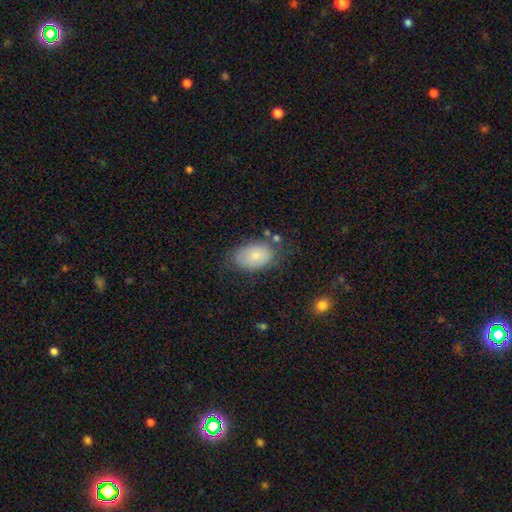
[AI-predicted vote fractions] Smooth or featured?
  - smooth: 74% *
  - featured or disk: 19%
  - star or artifact: 7%
How rounded?
  - in between: 90% *
  - round: 9%
  - cigar-shaped: 1%
Merging?
  - none: 64% *
  - minor disturbance: 24%
  - major disturbance: 8%
  - merger: 4%